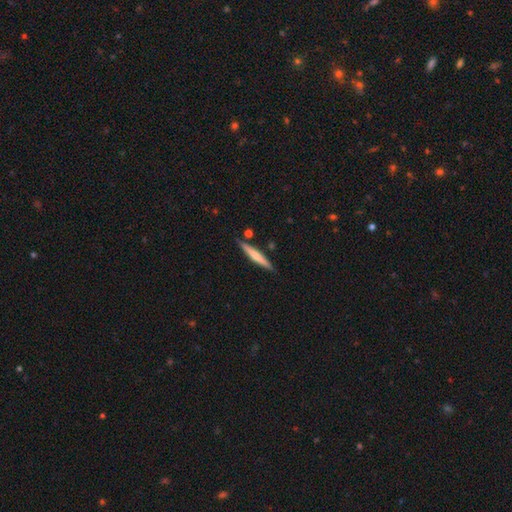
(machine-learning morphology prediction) This is possibly a smooth galaxy (50%). How rounded: clearly cigar-shaped (94%). Merging: clearly none (85%).